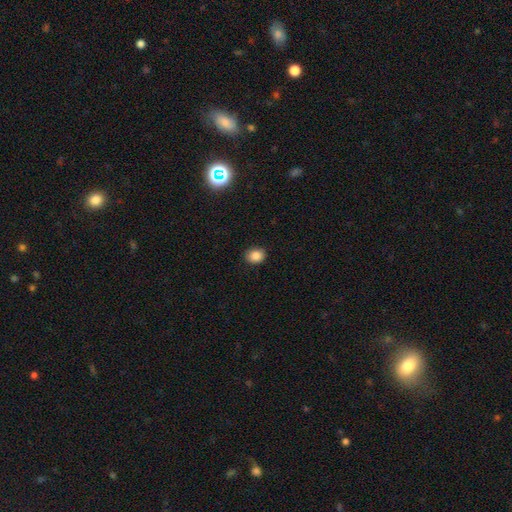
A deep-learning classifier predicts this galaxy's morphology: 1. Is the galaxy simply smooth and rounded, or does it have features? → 85% smooth, 10% star or artifact, 5% featured or disk.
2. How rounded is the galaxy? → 56% round, 43% in between, 1% cigar-shaped.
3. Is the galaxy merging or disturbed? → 89% none, 8% minor disturbance, 2% major disturbance, 1% merger.